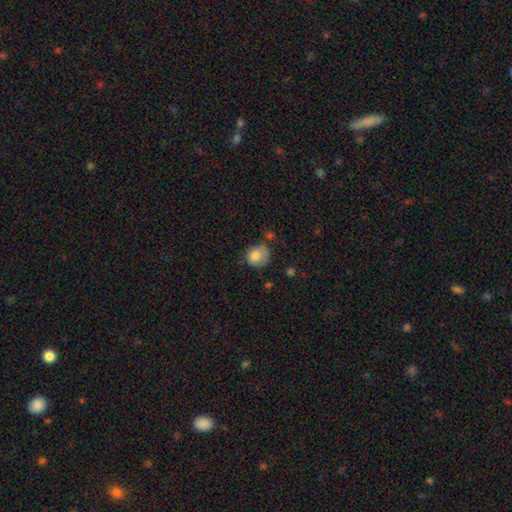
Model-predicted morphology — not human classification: Overall: smooth (77%). How rounded: round (73%). Merging: none (48%; minor disturbance 32%).